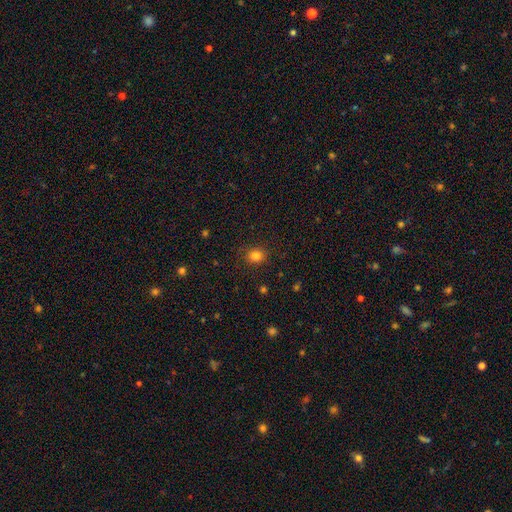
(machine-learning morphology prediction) Smooth or featured: smooth — 82% (star or artifact — 12%)
How rounded: round — 71% (in between — 28%)
Merging: none — 86% (minor disturbance — 10%)